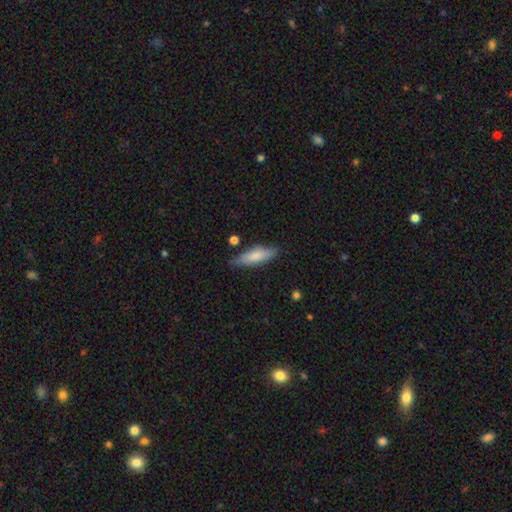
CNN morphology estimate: A smooth galaxy with no disk features (77%) that is in between round and cigar-shaped (49%, tied with cigar-shaped).

Vote fractions:
- Smooth or featured? smooth: 77% / featured or disk: 17% / star or artifact: 6%
- How rounded? in between: 49% (tied) / cigar-shaped: 49% (tied) / round: 2%
- Merging? none: 77% / minor disturbance: 17% / major disturbance: 3% / merger: 3%